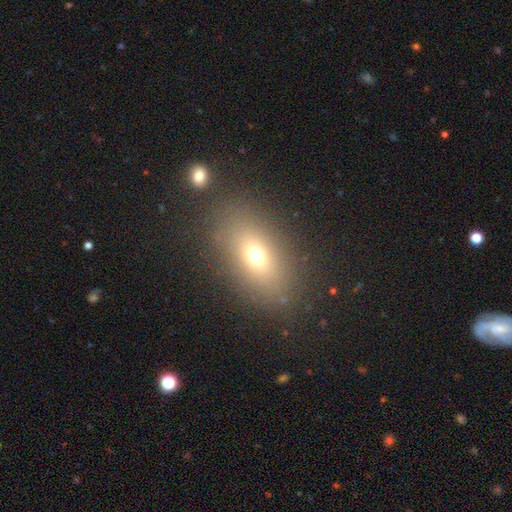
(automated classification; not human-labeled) Overall: smooth (67%). How rounded: in between (79%). Merging: none (82%).